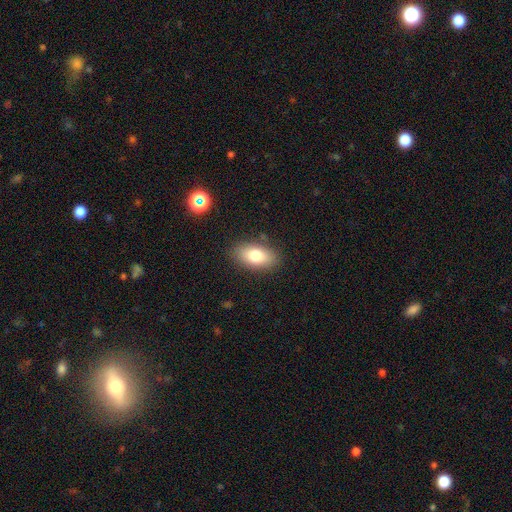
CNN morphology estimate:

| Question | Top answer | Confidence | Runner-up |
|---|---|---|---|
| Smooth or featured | smooth | 77% | featured or disk (15%) |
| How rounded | in between | 90% | round (6%) |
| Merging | none | 85% | minor disturbance (11%) |